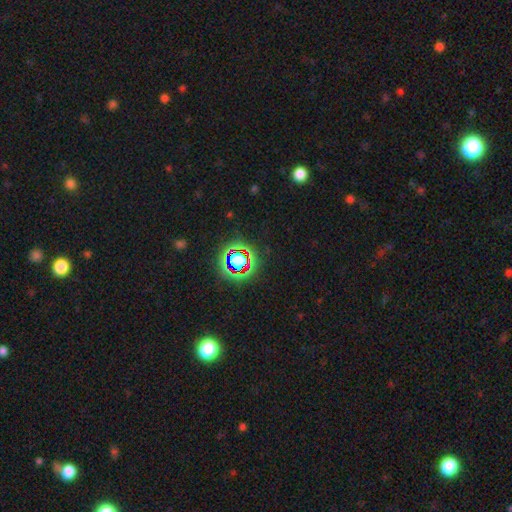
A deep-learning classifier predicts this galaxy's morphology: Overall: star or artifact (78%).